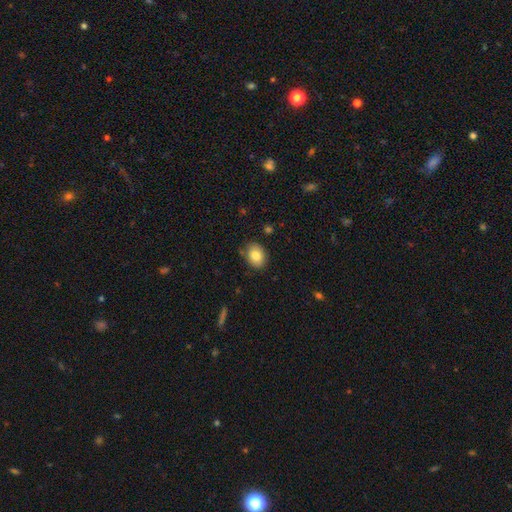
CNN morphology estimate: A smooth galaxy with no disk features (81%) that is in between round and cigar-shaped (66%).

Vote fractions:
- Smooth or featured? smooth: 81% / featured or disk: 11% / star or artifact: 8%
- How rounded? in between: 66% / round: 33% / cigar-shaped: 1%
- Merging? none: 85% / minor disturbance: 11% / major disturbance: 2% / merger: 2%